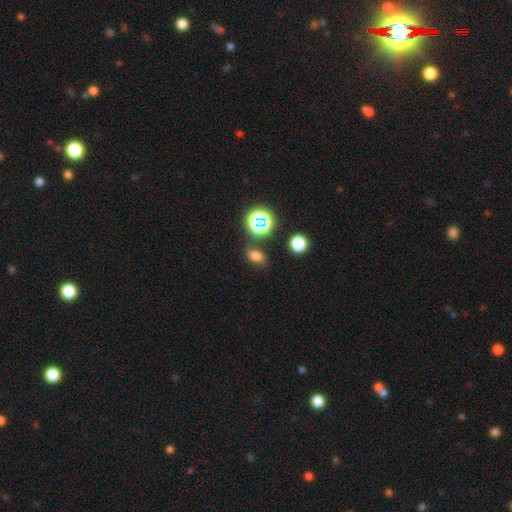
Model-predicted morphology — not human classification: Smooth or featured? Predicted: smooth (p=0.70). How rounded? Predicted: in between (p=0.74). Merging? Predicted: none (p=0.77).